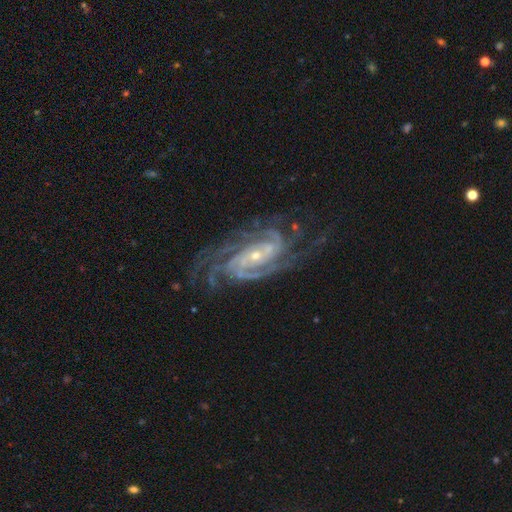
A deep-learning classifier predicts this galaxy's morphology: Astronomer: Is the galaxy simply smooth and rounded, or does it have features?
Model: featured or disk — 92%.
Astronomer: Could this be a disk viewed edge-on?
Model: no — 96%.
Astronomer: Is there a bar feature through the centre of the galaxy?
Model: no — 55%.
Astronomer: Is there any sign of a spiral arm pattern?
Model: yes — 99%.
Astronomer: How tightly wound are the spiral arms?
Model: tight — 64%.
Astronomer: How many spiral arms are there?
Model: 4 — 28% (runner-up: 3, 20%).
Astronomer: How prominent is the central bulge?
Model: small — 73%.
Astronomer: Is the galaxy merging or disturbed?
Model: none — 71%.